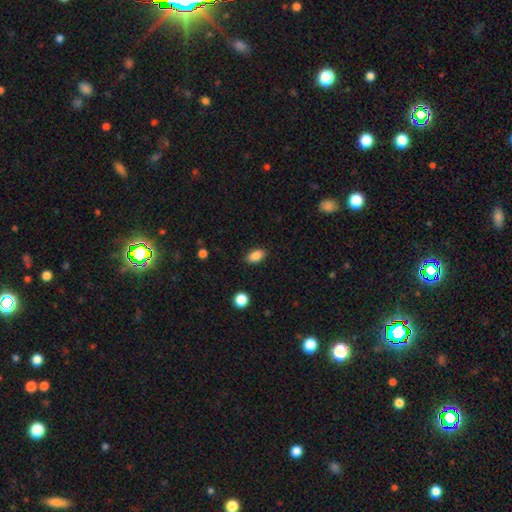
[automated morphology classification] Smooth or featured: smooth — 87% (star or artifact — 8%)
How rounded: in between — 90% (round — 7%)
Merging: none — 86% (minor disturbance — 10%)